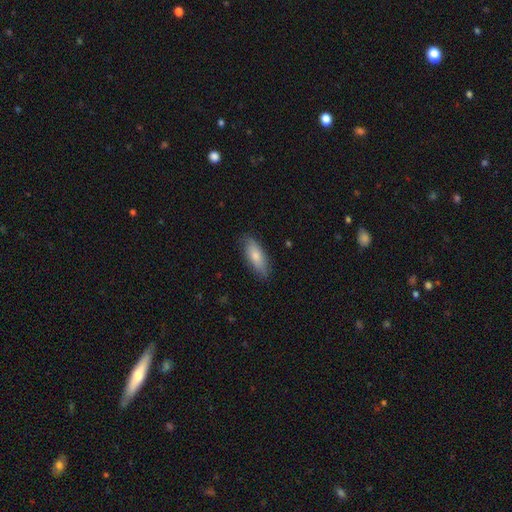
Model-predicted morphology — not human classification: smooth-or-featured: smooth: 77% | featured or disk: 18% | star or artifact: 6%
  how-rounded: in between: 71% | cigar-shaped: 27% | round: 2%
  merging: none: 81% | minor disturbance: 15% | major disturbance: 3% | merger: 1%